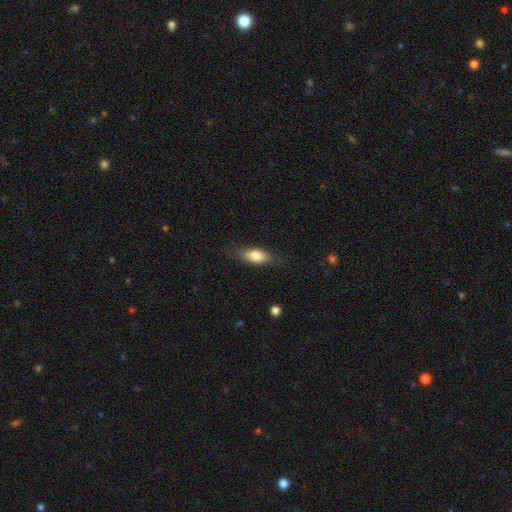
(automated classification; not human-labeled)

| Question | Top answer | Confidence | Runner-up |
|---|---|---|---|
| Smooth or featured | smooth | 72% | featured or disk (21%) |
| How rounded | in between | 70% | cigar-shaped (26%) |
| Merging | none | 78% | minor disturbance (16%) |